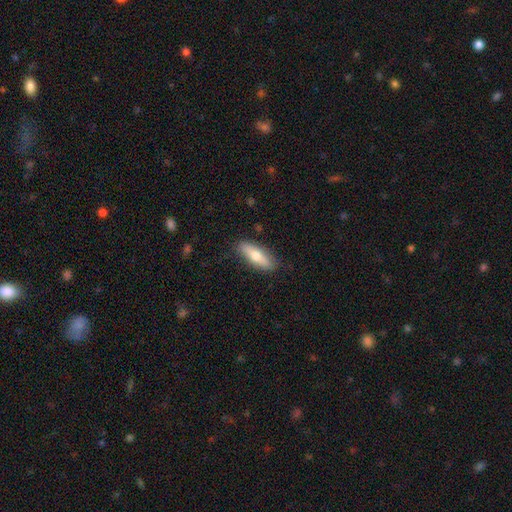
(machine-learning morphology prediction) A smooth galaxy with no disk features (62%) that is cigar-shaped (56%).

Vote fractions:
- Smooth or featured? smooth: 62% / featured or disk: 32% / star or artifact: 6%
- How rounded? cigar-shaped: 56% / in between: 42% / round: 2%
- Merging? none: 86% / minor disturbance: 11% / major disturbance: 2% / merger: 1%